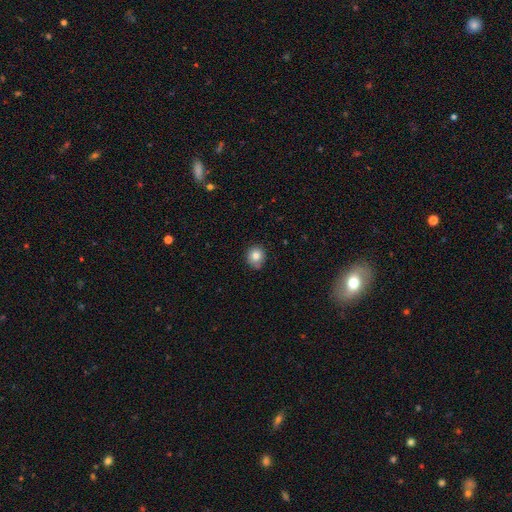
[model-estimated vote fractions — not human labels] Smooth or featured? smooth (81%)
How rounded? round (88%)
Merging? none (79%)